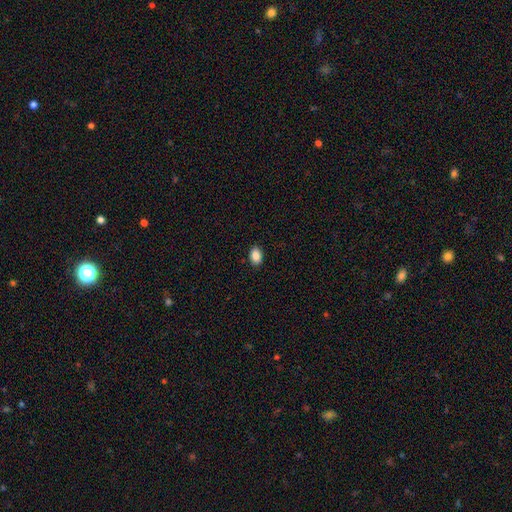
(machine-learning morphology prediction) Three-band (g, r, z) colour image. It shows a smooth galaxy with no disk features (88%) that is in between round and cigar-shaped (84%). Merging: none (90%).